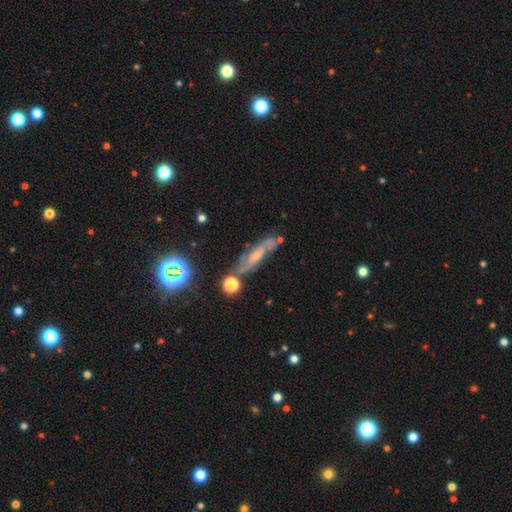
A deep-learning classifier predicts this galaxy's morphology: Q: Smooth or featured?
A: featured or disk (59%); runner-up: smooth (22%)
Q: Edge-on disk?
A: no (63%); runner-up: yes (37%)
Q: Merging?
A: none (67%); runner-up: minor disturbance (19%)